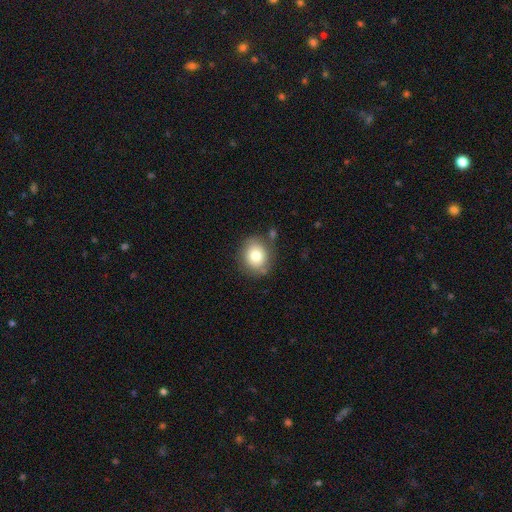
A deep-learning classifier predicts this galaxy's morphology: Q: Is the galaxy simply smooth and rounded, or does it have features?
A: smooth — 78%.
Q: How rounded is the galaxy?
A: round — 69%.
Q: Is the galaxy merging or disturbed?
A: none — 75%.